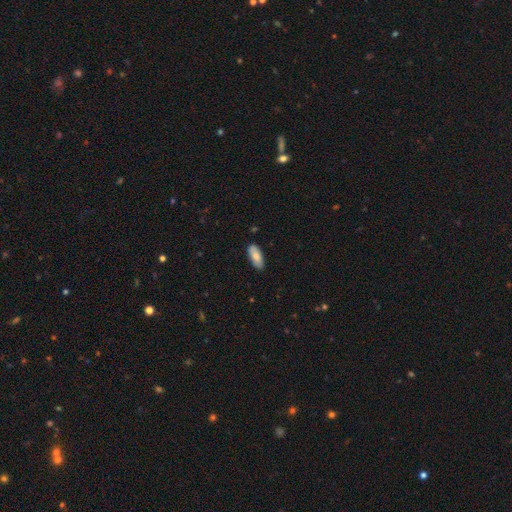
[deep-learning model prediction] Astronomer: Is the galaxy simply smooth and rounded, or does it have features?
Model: smooth — 79%.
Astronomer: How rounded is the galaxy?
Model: in between — 78%.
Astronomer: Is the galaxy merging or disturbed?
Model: none — 86%.